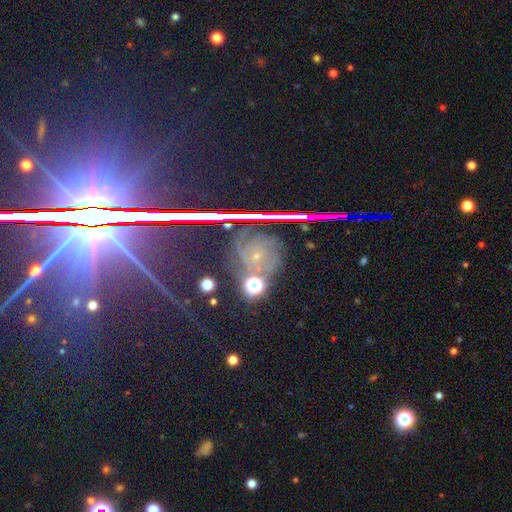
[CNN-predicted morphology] Smooth or featured: star or artifact — 48% (featured or disk — 32%)